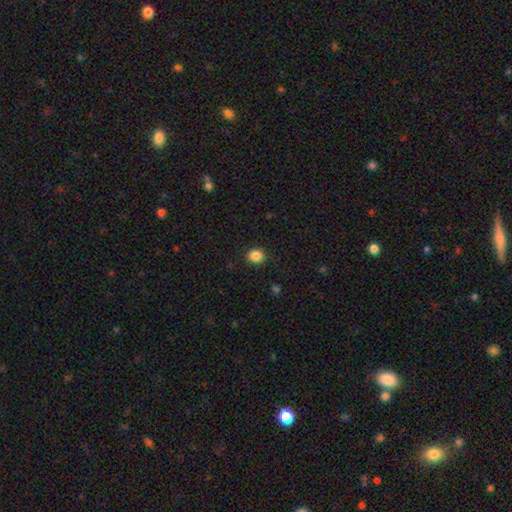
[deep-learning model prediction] smooth 87%, star or artifact 10%, featured or disk 3%. Down the decision tree: how rounded — round (82%); merging — none (91%).